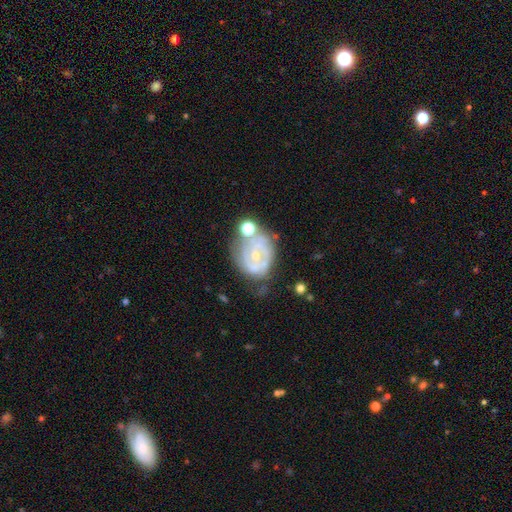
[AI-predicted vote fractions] The model was most divided on "bulge size": small: 53%, moderate: 43%, none: 2%, large: 2%, dominant: 1%. Remaining: edge-on disk — no (97%); smooth or featured — featured or disk (74%); bar — no (70%); spiral arms — yes (65%); merging — none (43%).